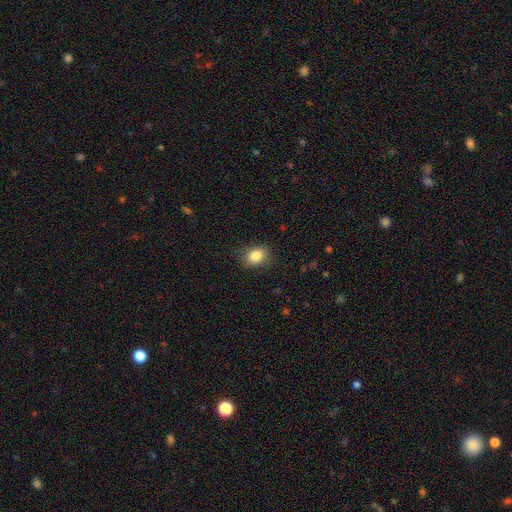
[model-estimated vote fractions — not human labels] A smooth galaxy with no disk features (84%) that is in between round and cigar-shaped (65%). Merging: none (86%).